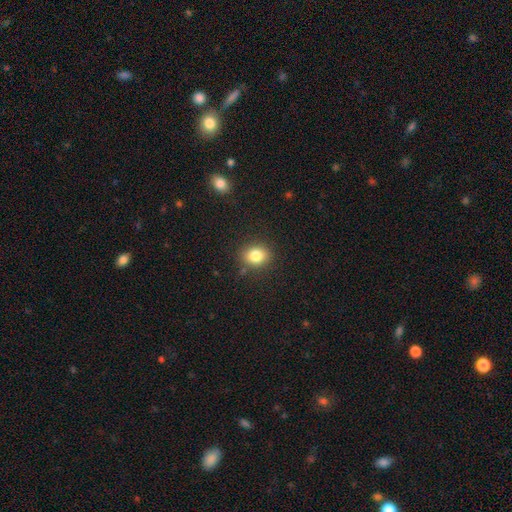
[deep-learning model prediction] This is clearly a smooth galaxy (82%). How rounded: likely round (62%). Merging: clearly none (85%).